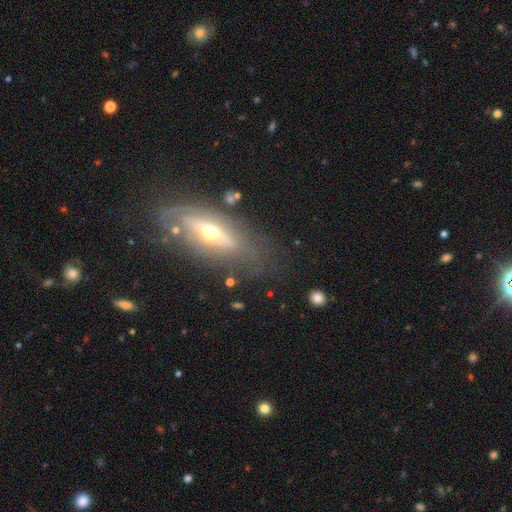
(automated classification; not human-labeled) Q: Smooth or featured?
A: featured or disk (71%); runner-up: smooth (21%)
Q: Edge-on disk?
A: no (55%); runner-up: yes (45%)
Q: Merging?
A: none (69%); runner-up: minor disturbance (18%)